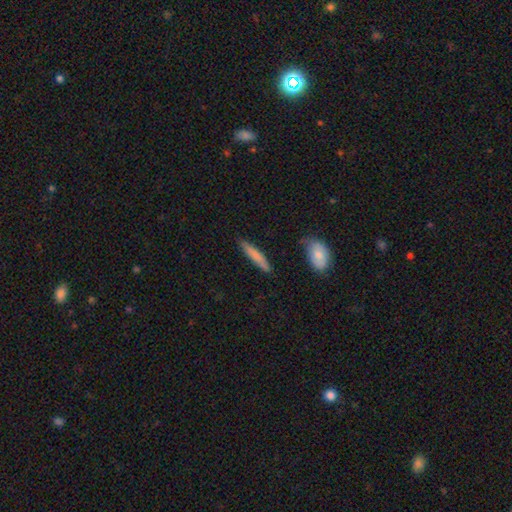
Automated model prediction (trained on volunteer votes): smooth 74%, featured or disk 20%, star or artifact 6%. Down the decision tree: how rounded — cigar-shaped (90%); merging — none (81%).